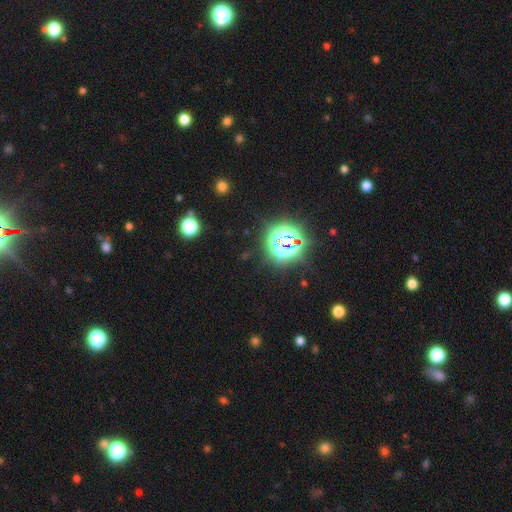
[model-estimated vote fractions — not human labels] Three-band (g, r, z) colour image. It shows a star or artifact, not a galaxy (80%).